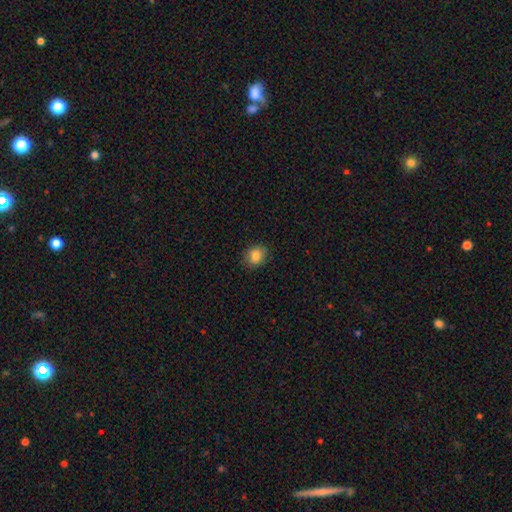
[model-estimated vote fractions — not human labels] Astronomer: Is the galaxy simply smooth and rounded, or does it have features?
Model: smooth — 84%.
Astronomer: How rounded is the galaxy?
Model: round — 62% (runner-up: in between, 37%).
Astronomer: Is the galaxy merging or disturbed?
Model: none — 87%.